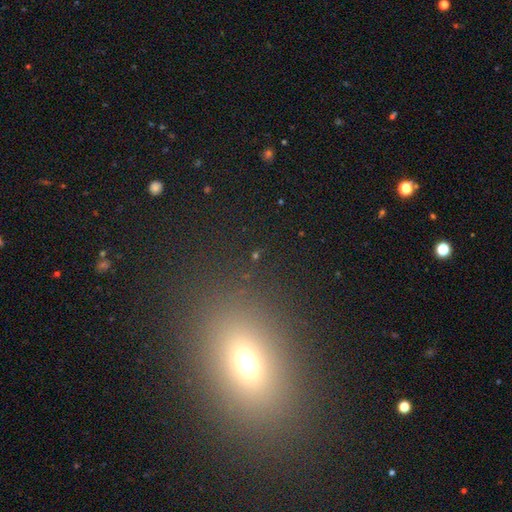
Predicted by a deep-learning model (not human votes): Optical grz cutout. It shows a star or artifact, not a galaxy (55%).